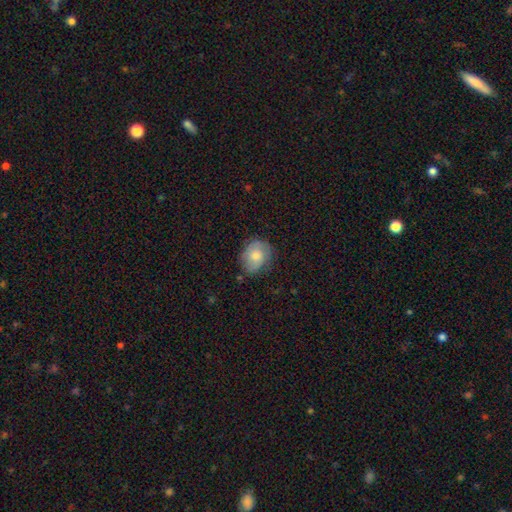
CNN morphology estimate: smooth-or-featured: smooth: 67% | featured or disk: 26% | star or artifact: 7%
  how-rounded: round: 56% | in between: 43% | cigar-shaped: 1%
  merging: none: 65% | minor disturbance: 26% | major disturbance: 7% | merger: 2%